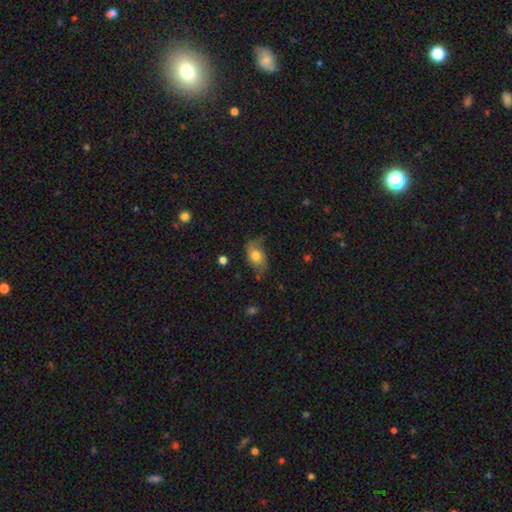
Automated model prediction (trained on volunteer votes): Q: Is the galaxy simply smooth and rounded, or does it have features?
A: smooth — 53%.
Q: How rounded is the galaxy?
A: in between — 82%.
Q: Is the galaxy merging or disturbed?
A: none — 57%.